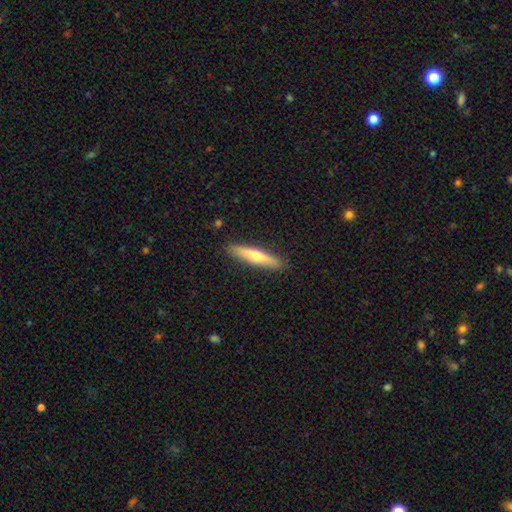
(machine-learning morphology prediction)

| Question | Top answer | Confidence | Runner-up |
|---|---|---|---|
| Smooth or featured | smooth | 50% | featured or disk (44%) |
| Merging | none | 90% | minor disturbance (7%) |